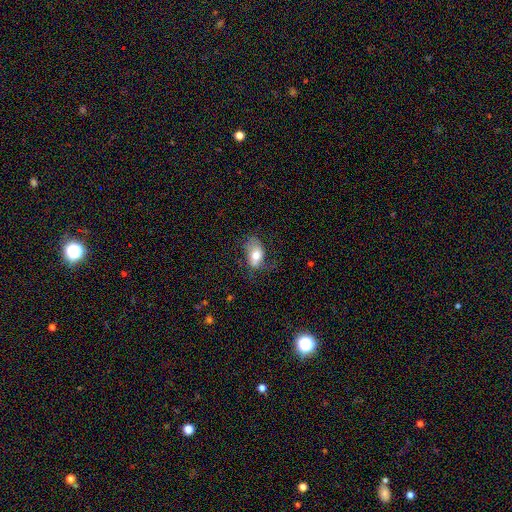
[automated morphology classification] smooth-or-featured: smooth: 68% | featured or disk: 25% | star or artifact: 8%
  how-rounded: in between: 90% | round: 8% | cigar-shaped: 2%
  merging: none: 47% | minor disturbance: 30% | major disturbance: 21% | merger: 2%